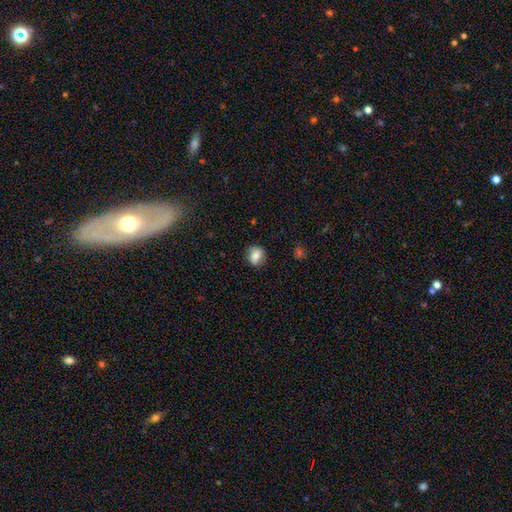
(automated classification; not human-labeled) smooth_or_featured: smooth (p=0.79) [alt: featured or disk p=0.12]
how_rounded: round (p=0.65) [alt: in between p=0.33]
merging: none (p=0.83) [alt: minor disturbance p=0.13]